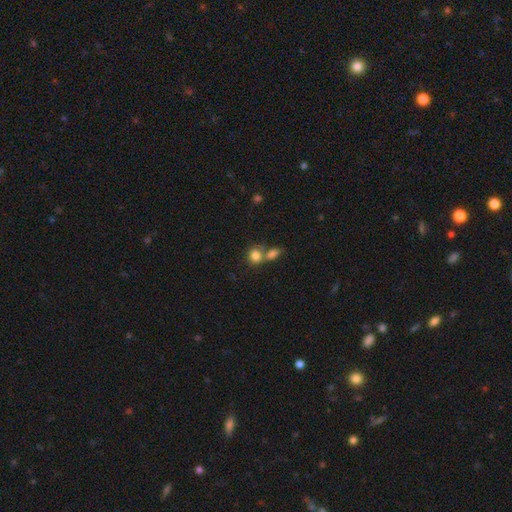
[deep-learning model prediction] Smooth or featured: smooth — 82% (star or artifact — 10%)
How rounded: round — 65% (in between — 34%)
Merging: merger — 45% (none — 42%)